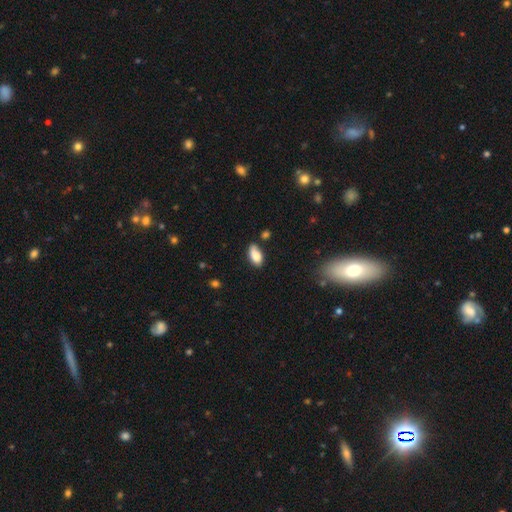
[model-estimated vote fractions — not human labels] Q: Smooth or featured?
A: smooth (82%); runner-up: featured or disk (10%)
Q: How rounded?
A: in between (92%); runner-up: cigar-shaped (5%)
Q: Merging?
A: none (62%); runner-up: minor disturbance (26%)